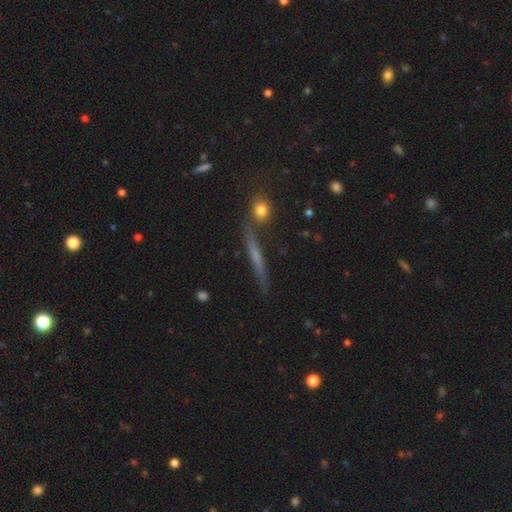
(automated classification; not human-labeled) Q: Smooth or featured?
A: featured or disk (49%); runner-up: smooth (39%)
Q: Merging?
A: none (74%); runner-up: minor disturbance (14%)